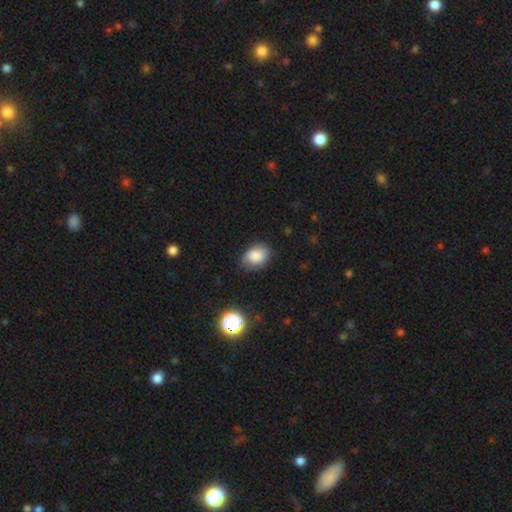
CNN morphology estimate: Smooth or featured: smooth — 83% (star or artifact — 9%)
How rounded: in between — 69% (round — 30%)
Merging: none — 75% (minor disturbance — 20%)